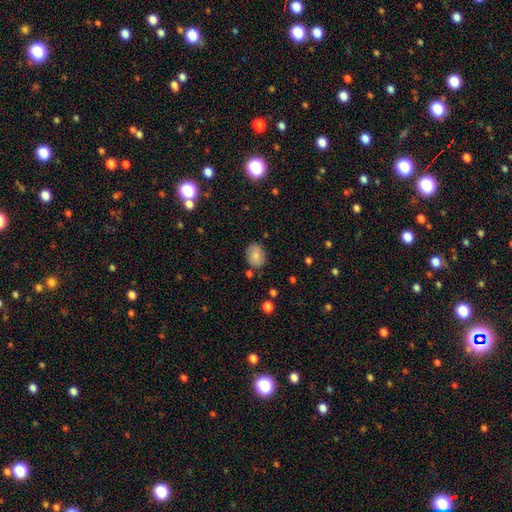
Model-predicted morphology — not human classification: A smooth galaxy with no disk features (82%) that is in between round and cigar-shaped (65%). Merging: none (79%).